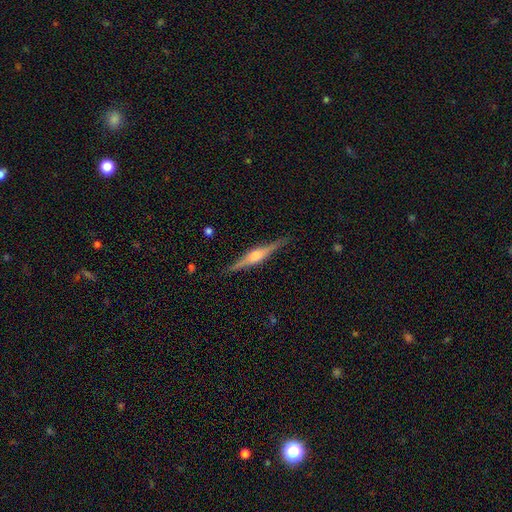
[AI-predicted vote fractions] The model was most divided on "smooth or featured": featured or disk: 83%, smooth: 12%, star or artifact: 5%. More confident: edge-on disk — yes (98%); merging — none (90%); edge-on bulge — rounded (86%).